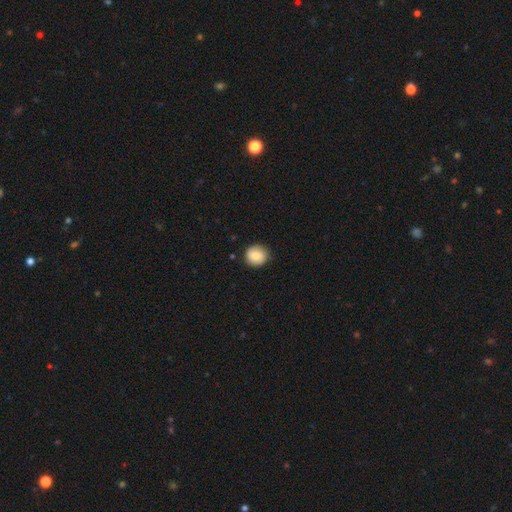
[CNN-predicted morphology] type=smooth (85%); roundness=round (89%); merging=none (87%).